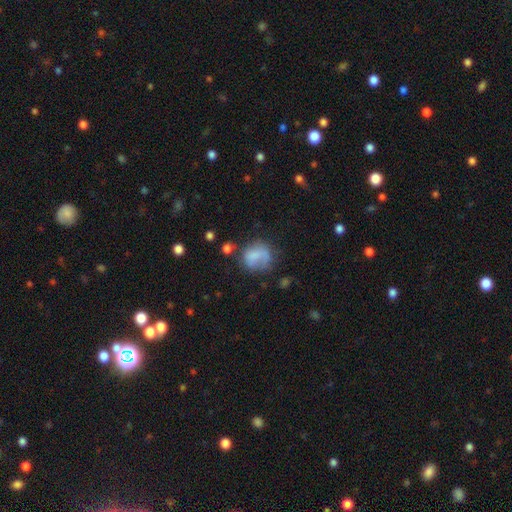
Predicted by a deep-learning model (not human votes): Smooth or featured?
  - smooth: 70% *
  - featured or disk: 20%
  - star or artifact: 10%
How rounded?
  - round: 72% *
  - in between: 27%
  - cigar-shaped: 1%
Merging?
  - none: 44% *
  - minor disturbance: 26%
  - major disturbance: 23%
  - merger: 7%